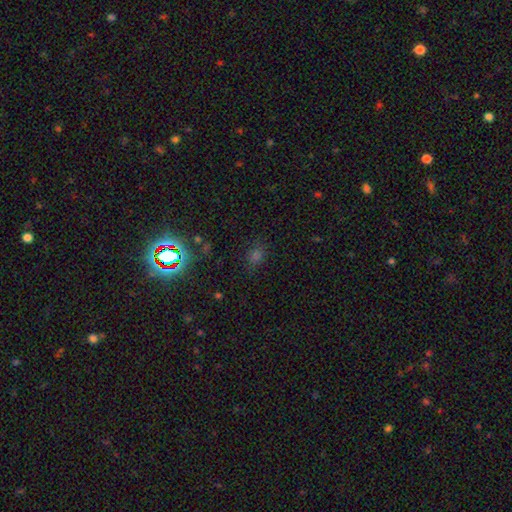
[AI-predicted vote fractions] Morphology: type=star or artifact (47%).